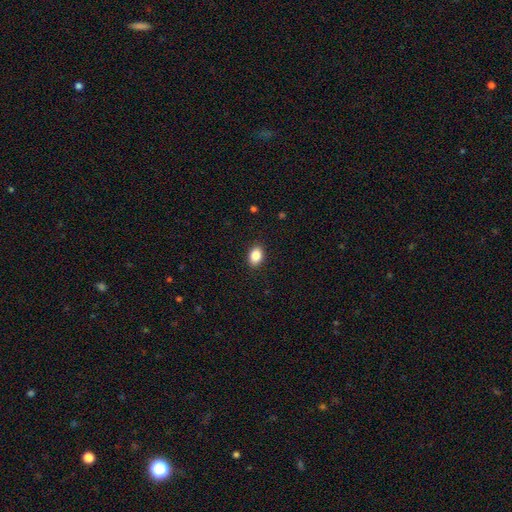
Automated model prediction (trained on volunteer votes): smooth_or_featured: smooth (p=0.87) [alt: star or artifact p=0.08]
how_rounded: in between (p=0.82) [alt: round p=0.17]
merging: none (p=0.89) [alt: minor disturbance p=0.08]